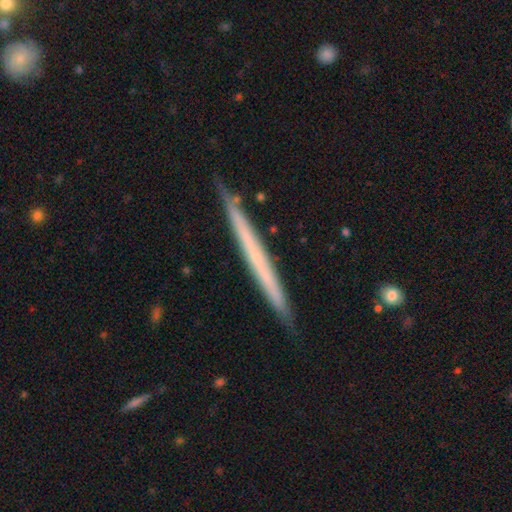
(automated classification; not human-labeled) Morphology: type=featured or disk (53%); edge-on=yes (97%); edge-on bulge=none (91%); merging=none (89%).